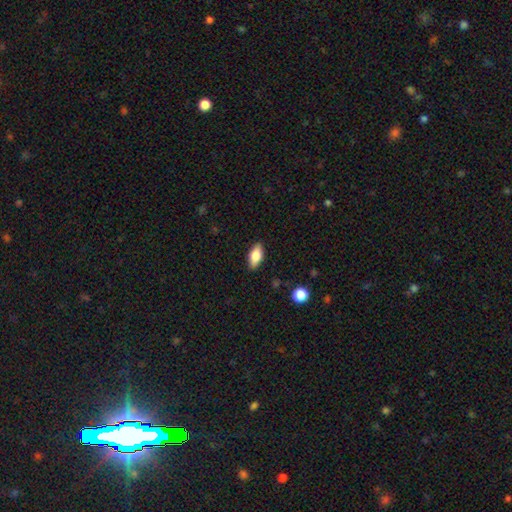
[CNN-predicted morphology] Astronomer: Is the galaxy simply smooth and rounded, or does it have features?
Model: smooth — 77%.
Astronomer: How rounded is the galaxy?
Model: in between — 87%.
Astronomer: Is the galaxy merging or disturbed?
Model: none — 87%.